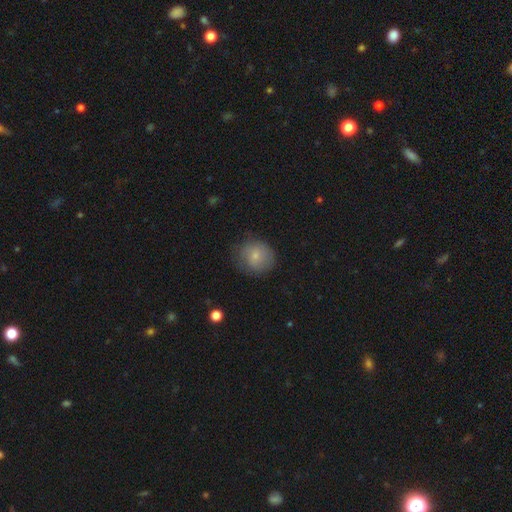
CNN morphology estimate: smooth-or-featured: smooth: 77% | featured or disk: 15% | star or artifact: 8%
  how-rounded: round: 86% | in between: 14% | cigar-shaped: 1%
  merging: none: 73% | minor disturbance: 19% | major disturbance: 7% | merger: 1%